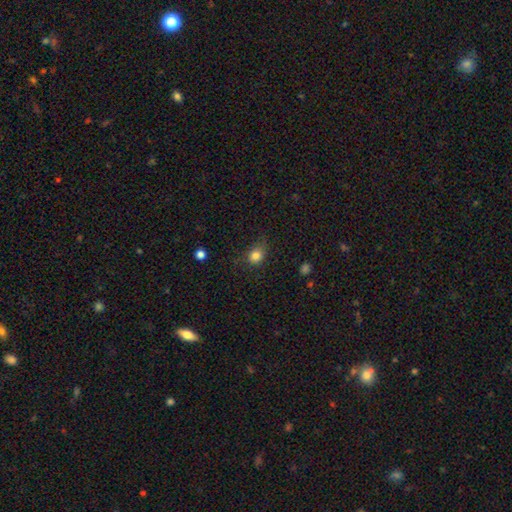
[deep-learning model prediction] Smooth or featured? smooth (81%)
How rounded? round (65%)
Merging? none (65%)